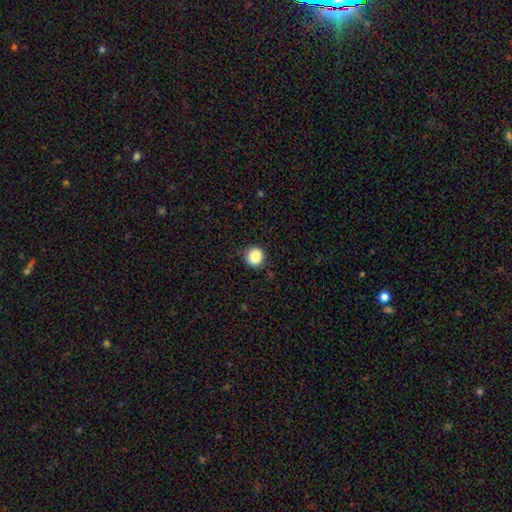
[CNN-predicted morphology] smooth-or-featured: smooth: 87% | star or artifact: 9% | featured or disk: 3%
  how-rounded: round: 92% | in between: 7% | cigar-shaped: 1%
  merging: none: 85% | minor disturbance: 11% | major disturbance: 3% | merger: 1%